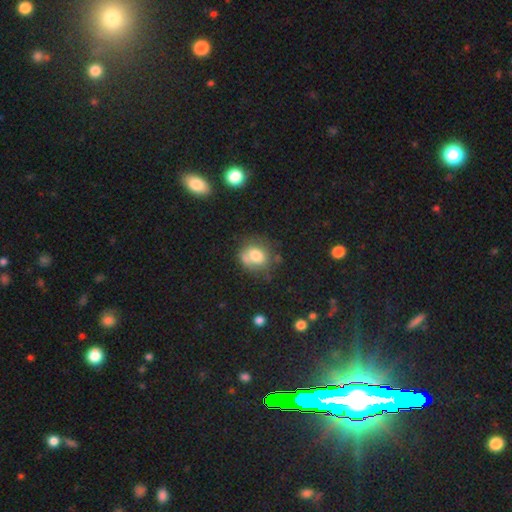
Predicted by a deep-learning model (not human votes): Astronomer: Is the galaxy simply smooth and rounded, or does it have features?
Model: smooth — 69%.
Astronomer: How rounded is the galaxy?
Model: round — 64%.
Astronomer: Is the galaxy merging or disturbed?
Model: none — 55%.